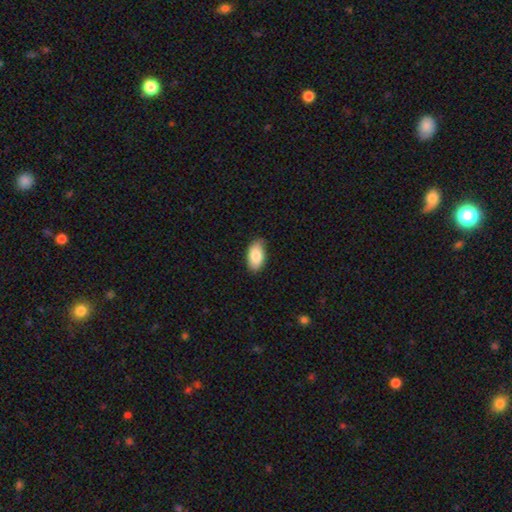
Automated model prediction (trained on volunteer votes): A smooth galaxy with no disk features (85%) that is in between round and cigar-shaped (94%).

Vote fractions:
- Smooth or featured? smooth: 85% / featured or disk: 9% / star or artifact: 6%
- How rounded? in between: 94% / round: 4% / cigar-shaped: 2%
- Merging? none: 81% / minor disturbance: 16% / major disturbance: 2% / merger: 1%